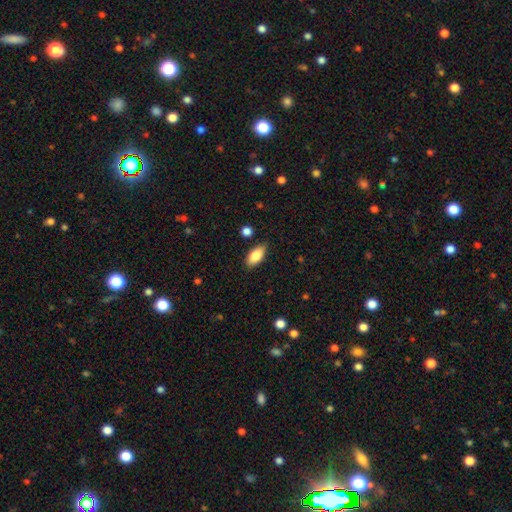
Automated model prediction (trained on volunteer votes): Smooth or featured? smooth (82%)
How rounded? in between (89%)
Merging? none (83%)